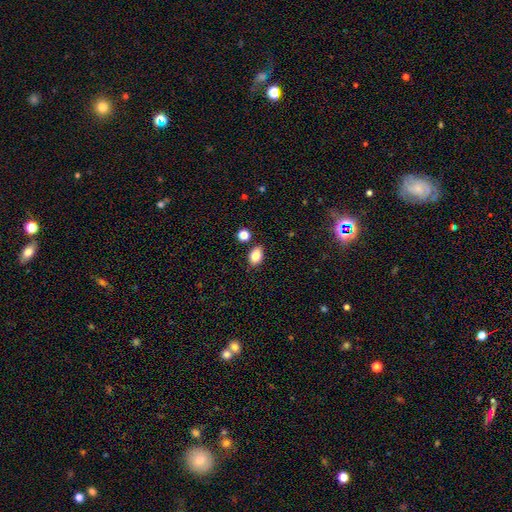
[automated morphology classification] type=smooth (85%); roundness=in between (80%); merging=none (80%).